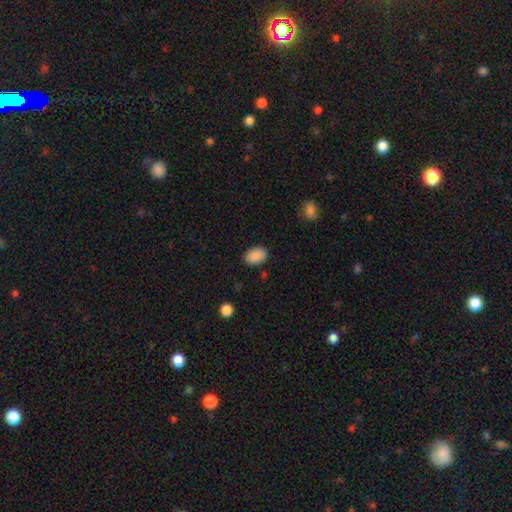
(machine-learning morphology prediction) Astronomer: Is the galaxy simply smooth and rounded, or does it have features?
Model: smooth — 89%.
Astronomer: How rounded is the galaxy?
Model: in between — 86%.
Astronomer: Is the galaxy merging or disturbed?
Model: none — 84%.